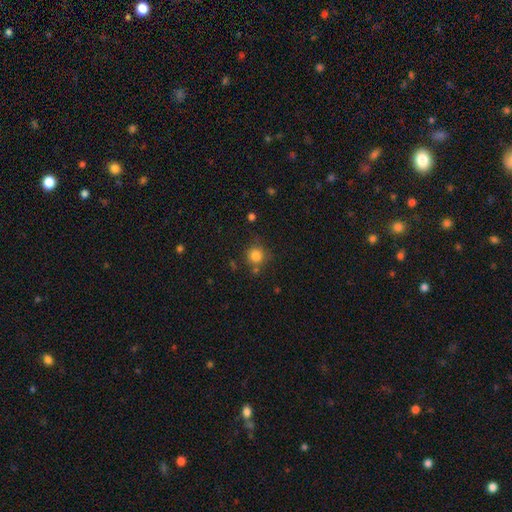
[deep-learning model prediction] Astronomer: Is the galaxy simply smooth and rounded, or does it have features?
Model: smooth — 83%.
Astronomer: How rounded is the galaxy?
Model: round — 92%.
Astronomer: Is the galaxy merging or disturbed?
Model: none — 74%.